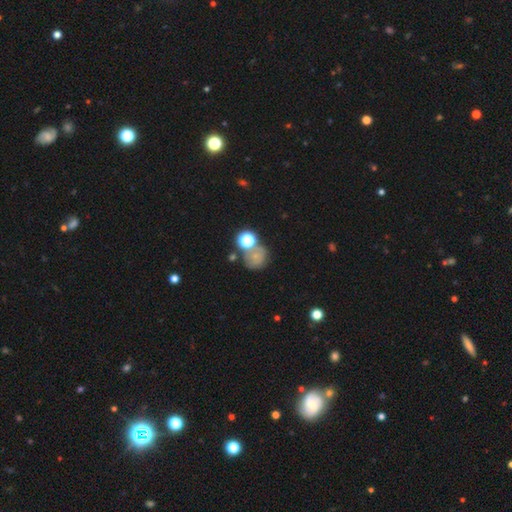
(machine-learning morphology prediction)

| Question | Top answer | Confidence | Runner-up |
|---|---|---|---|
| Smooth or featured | smooth | 60% | star or artifact (23%) |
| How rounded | round | 75% | in between (24%) |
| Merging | none | 47% | merger (26%) |